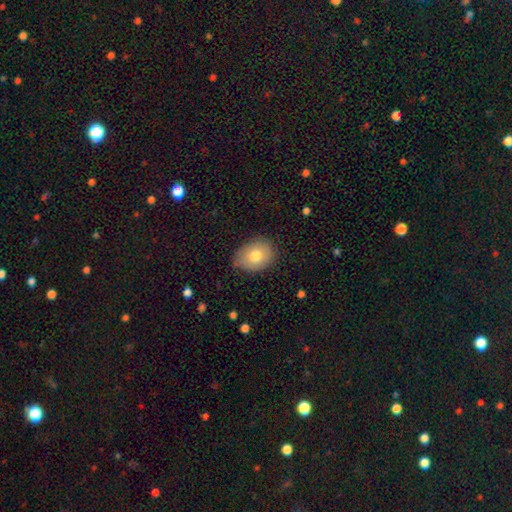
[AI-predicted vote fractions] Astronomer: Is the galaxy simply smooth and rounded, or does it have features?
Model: smooth — 76%.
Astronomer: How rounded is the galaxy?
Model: in between — 70%.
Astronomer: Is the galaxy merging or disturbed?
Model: none — 74%.